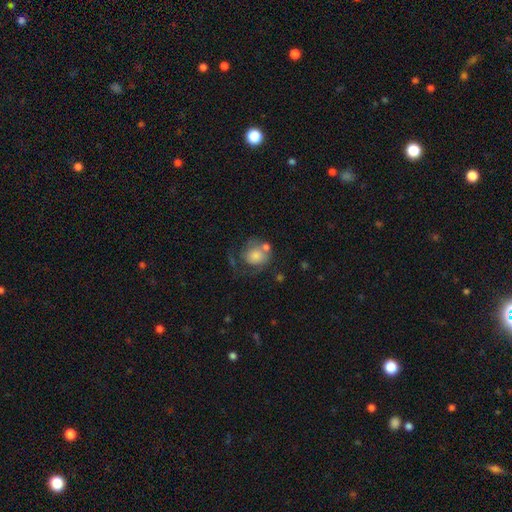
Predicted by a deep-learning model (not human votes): Smooth or featured?
  - smooth: 57% *
  - featured or disk: 35%
  - star or artifact: 8%
How rounded?
  - round: 72% *
  - in between: 27%
  - cigar-shaped: 1%
Merging?
  - none: 33% *
  - major disturbance: 30%
  - minor disturbance: 21%
  - merger: 17%